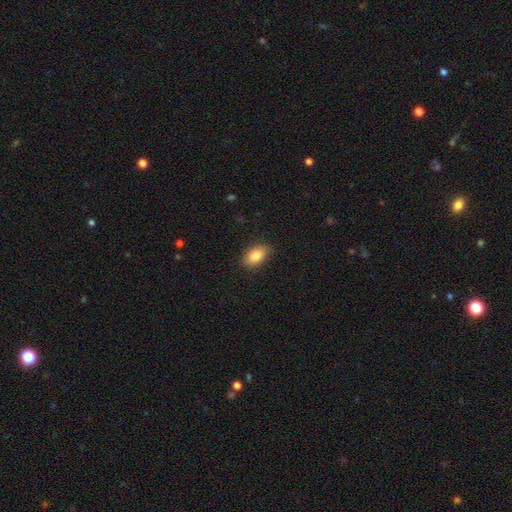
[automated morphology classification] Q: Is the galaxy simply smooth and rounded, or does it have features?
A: smooth — 85%.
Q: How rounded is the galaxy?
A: in between — 90%.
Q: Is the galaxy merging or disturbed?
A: none — 86%.